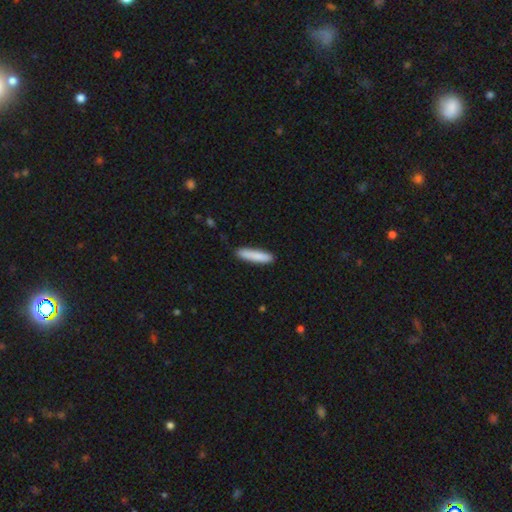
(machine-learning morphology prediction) Smooth or featured? Predicted: smooth (p=0.86). How rounded? Predicted: cigar-shaped (p=0.88). Merging? Predicted: none (p=0.89).